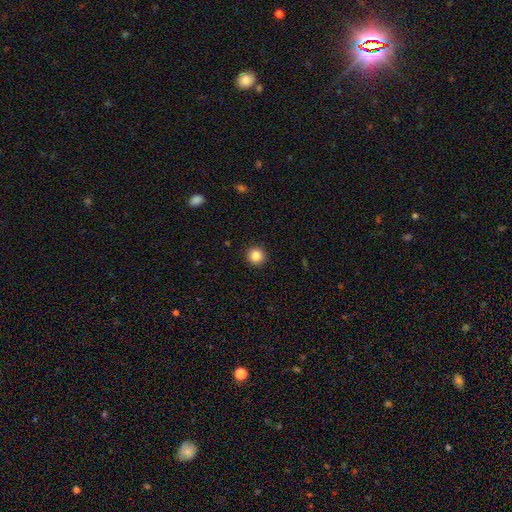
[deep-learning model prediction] This appears to be a smooth galaxy with no disk features (85%) that is round (94%). Merging: none (93%).